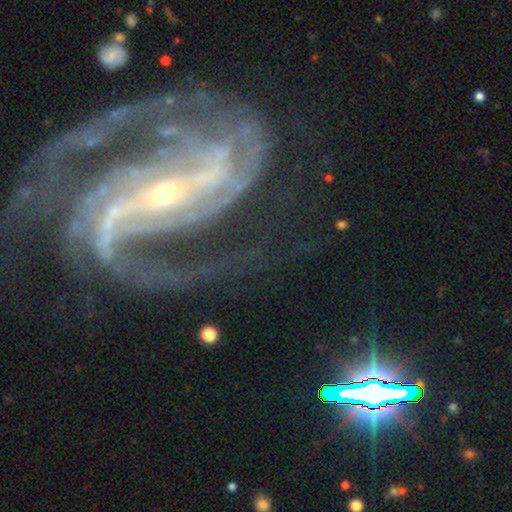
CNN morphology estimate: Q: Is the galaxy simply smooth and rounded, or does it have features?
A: featured or disk — 92%.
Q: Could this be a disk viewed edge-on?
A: no — 97%.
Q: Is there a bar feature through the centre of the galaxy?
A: strong — 66%.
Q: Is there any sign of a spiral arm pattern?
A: yes — 98%.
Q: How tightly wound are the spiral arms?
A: medium — 52%.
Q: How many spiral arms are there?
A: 2 — 53%.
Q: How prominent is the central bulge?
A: small — 81%.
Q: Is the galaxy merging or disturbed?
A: none — 55%.